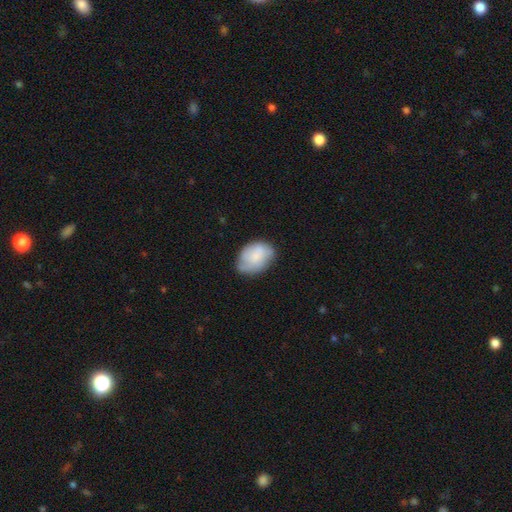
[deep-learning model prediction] smooth_or_featured: smooth (p=0.68) [alt: featured or disk p=0.25]
how_rounded: in between (p=0.82) [alt: round p=0.17]
merging: none (p=0.58) [alt: minor disturbance p=0.31]